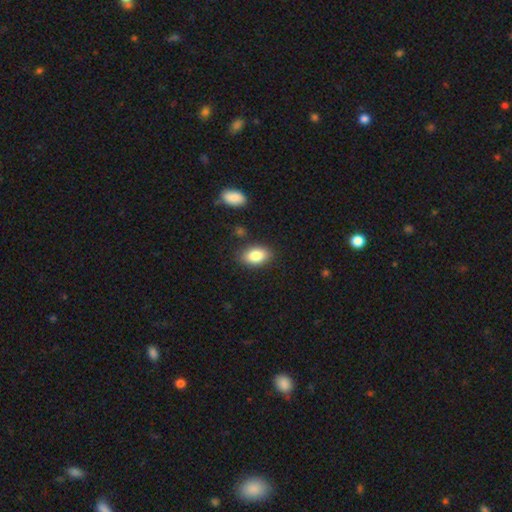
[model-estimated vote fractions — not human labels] Q: Smooth or featured?
A: smooth (85%); runner-up: star or artifact (7%)
Q: How rounded?
A: in between (90%); runner-up: round (9%)
Q: Merging?
A: none (83%); runner-up: minor disturbance (11%)